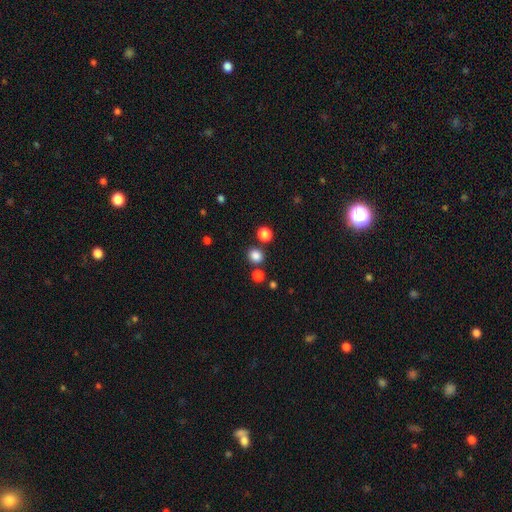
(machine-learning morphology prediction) Smooth or featured? Predicted: smooth (p=0.83). How rounded? Predicted: round (p=0.83). Merging? Predicted: none (p=0.82).